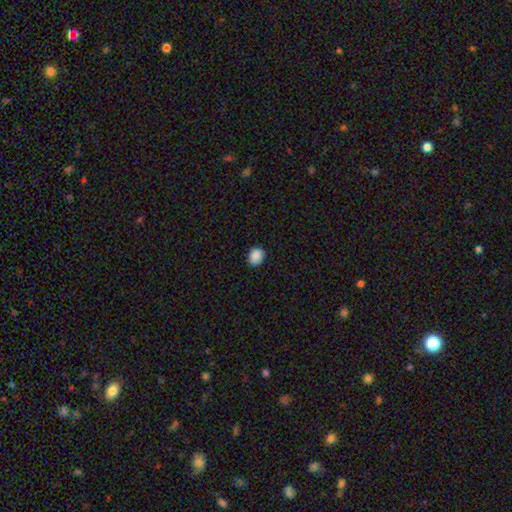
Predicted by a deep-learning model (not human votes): A smooth galaxy with no disk features (89%) that is round (52%). Merging: none (87%).